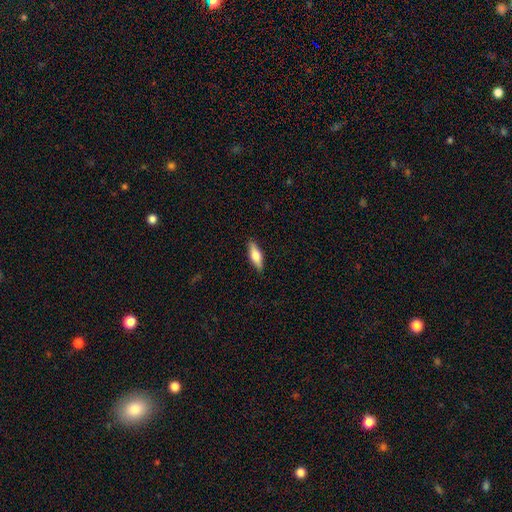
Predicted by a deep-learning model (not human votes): Smooth or featured: smooth — 65% (featured or disk — 29%)
How rounded: in between — 56% (cigar-shaped — 42%)
Merging: none — 88% (minor disturbance — 9%)